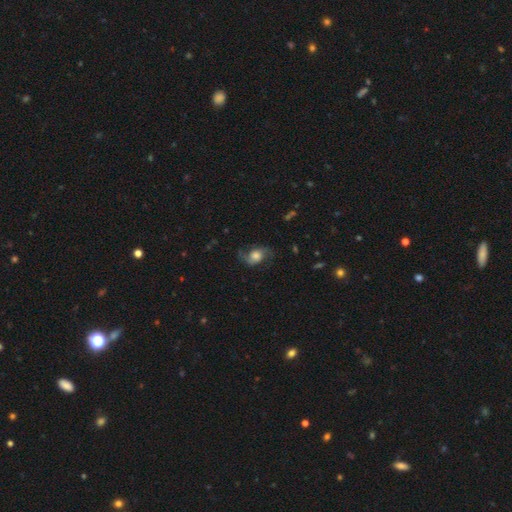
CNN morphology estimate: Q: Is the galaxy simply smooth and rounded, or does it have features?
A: featured or disk — 62%.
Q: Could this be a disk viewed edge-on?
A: no — 96%.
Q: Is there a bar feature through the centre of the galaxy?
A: no — 67%.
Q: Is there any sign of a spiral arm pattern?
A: yes — 91%.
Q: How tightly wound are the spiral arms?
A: loose — 64%.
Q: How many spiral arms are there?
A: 2 — 89%.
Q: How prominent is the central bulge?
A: large — 42%.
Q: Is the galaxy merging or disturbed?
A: none — 66%.